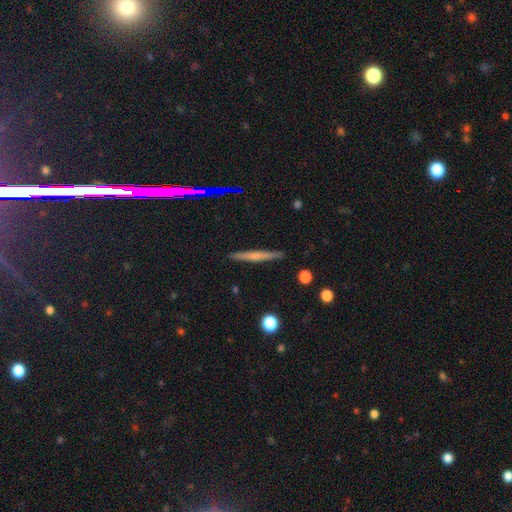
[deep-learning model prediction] A smooth galaxy with no disk features (49%).

Vote fractions:
- Smooth or featured? smooth: 49% / featured or disk: 42% / star or artifact: 9%
- Merging? none: 90% / minor disturbance: 7% / major disturbance: 1% / merger: 1%